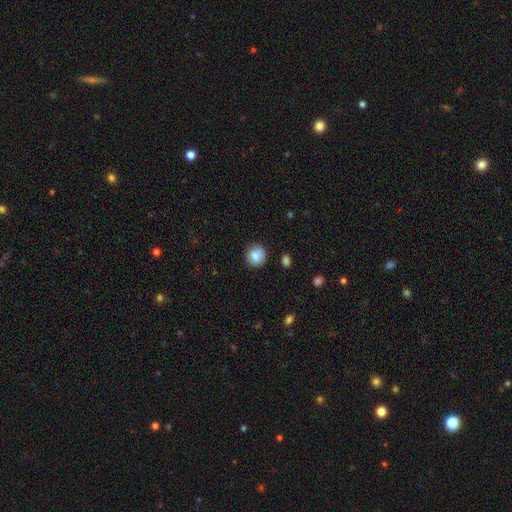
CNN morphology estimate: Smooth or featured? Predicted: smooth (p=0.78). How rounded? Predicted: round (p=0.87). Merging? Predicted: none (p=0.81).